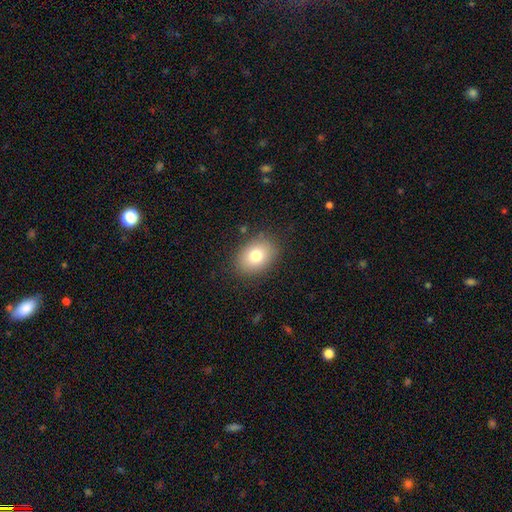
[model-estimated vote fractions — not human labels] This appears to be a smooth galaxy with no disk features (78%) that is in between round and cigar-shaped (69%). Merging: none (85%).